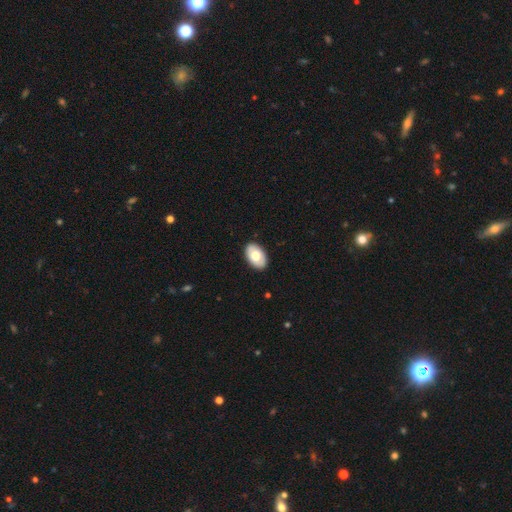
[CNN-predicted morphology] smooth_or_featured: smooth (p=0.71) [alt: featured or disk p=0.23]
how_rounded: in between (p=0.93) [alt: round p=0.06]
merging: none (p=0.90) [alt: minor disturbance p=0.08]